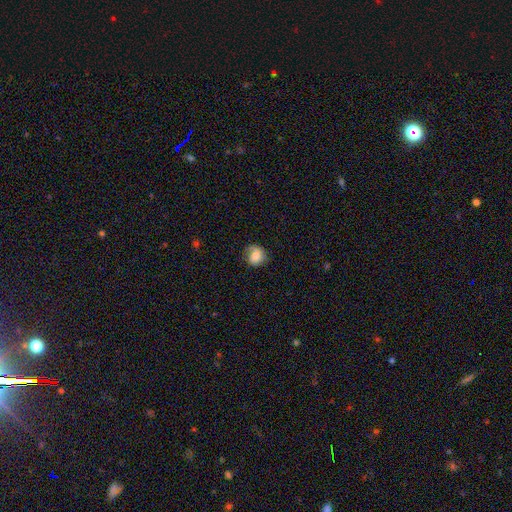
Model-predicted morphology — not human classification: This is likely a smooth galaxy (74%). How rounded: likely round (73%). Merging: likely none (62%).